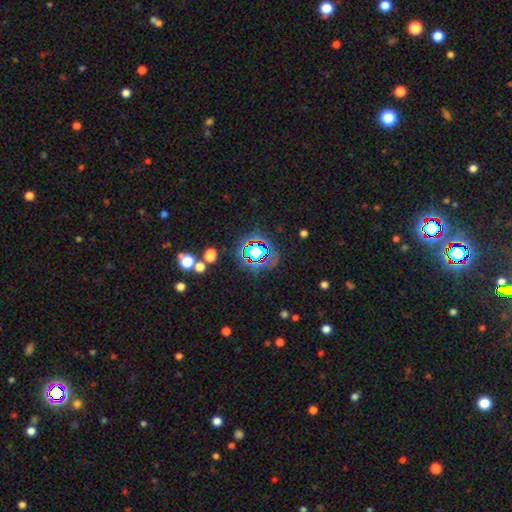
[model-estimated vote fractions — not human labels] Overall: star or artifact (72%).